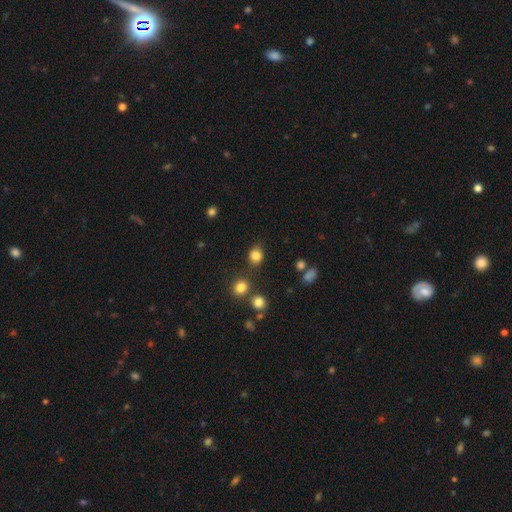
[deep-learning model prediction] Morphology: type=smooth (83%); roundness=round (69%); merging=none (78%).